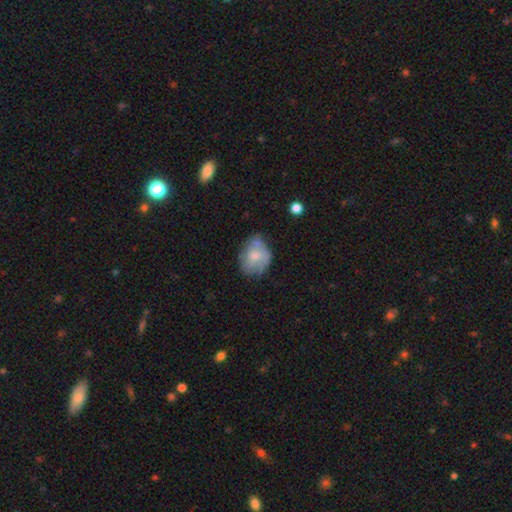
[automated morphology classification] Smooth or featured?
  - smooth: 58% *
  - featured or disk: 34%
  - star or artifact: 7%
How rounded?
  - in between: 59% *
  - round: 40%
  - cigar-shaped: 1%
Merging?
  - none: 44% *
  - minor disturbance: 35%
  - major disturbance: 14%
  - merger: 8%